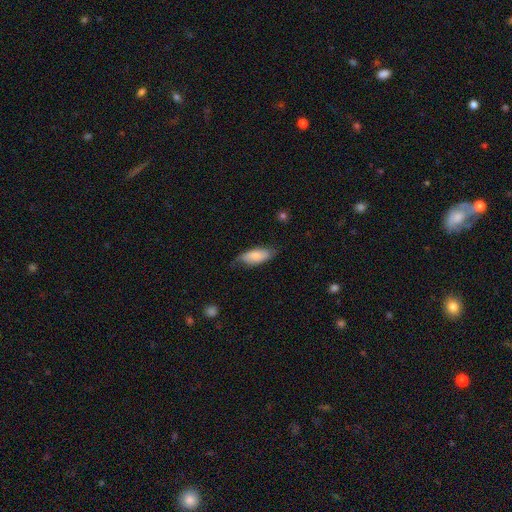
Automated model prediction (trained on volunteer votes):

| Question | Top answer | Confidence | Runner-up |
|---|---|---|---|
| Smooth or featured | smooth | 76% | featured or disk (18%) |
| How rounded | in between | 82% | cigar-shaped (16%) |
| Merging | none | 63% | minor disturbance (29%) |